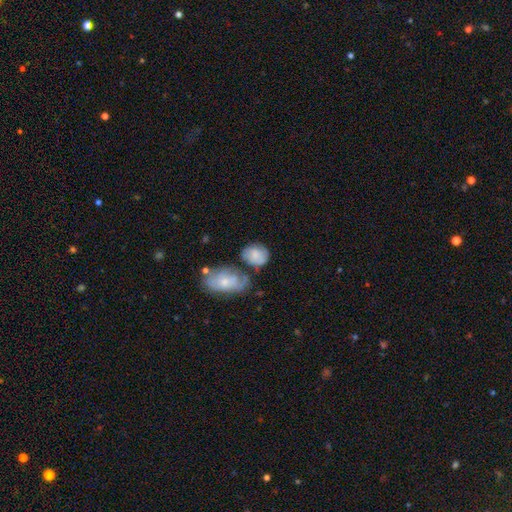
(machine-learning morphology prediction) This is likely a smooth galaxy (72%). How rounded: possibly in between (50%). Merging: possibly none (47%).